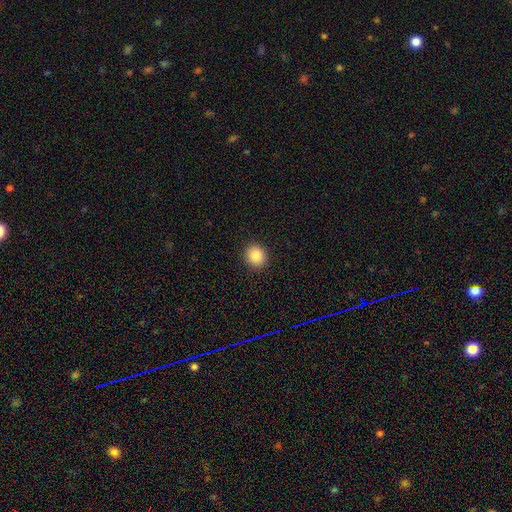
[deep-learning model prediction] Morphology: type=smooth (87%); roundness=round (86%); merging=none (91%).